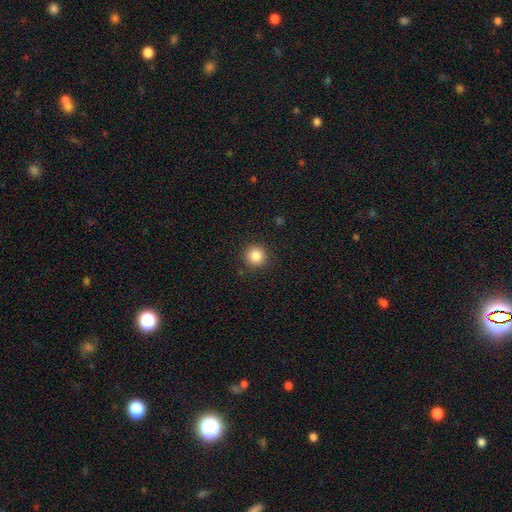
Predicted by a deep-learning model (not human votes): The model was most divided on "smooth or featured": smooth: 85%, star or artifact: 10%, featured or disk: 4%. More confident: how rounded — round (94%); merging — none (90%).